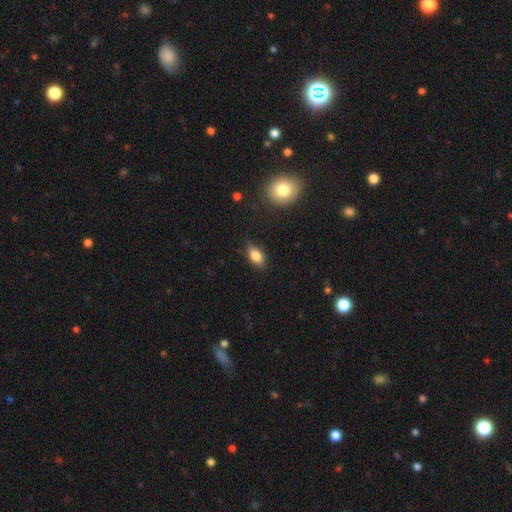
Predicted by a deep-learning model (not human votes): A smooth galaxy with no disk features (79%) that is in between round and cigar-shaped (84%).

Vote fractions:
- Smooth or featured? smooth: 79% / featured or disk: 13% / star or artifact: 9%
- How rounded? in between: 84% / round: 8% / cigar-shaped: 8%
- Merging? none: 76% / minor disturbance: 19% / major disturbance: 4% / merger: 2%